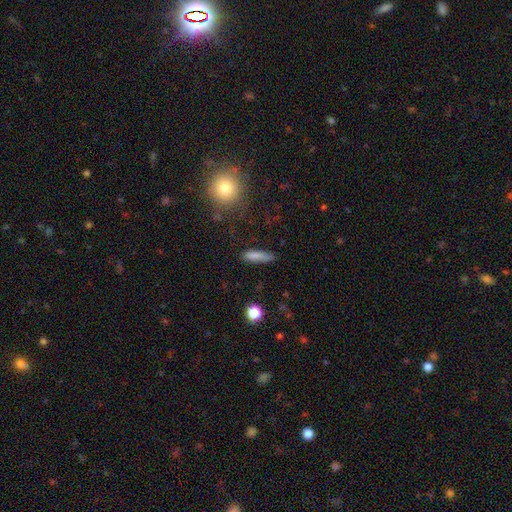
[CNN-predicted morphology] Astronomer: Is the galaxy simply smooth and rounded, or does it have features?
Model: smooth — 81%.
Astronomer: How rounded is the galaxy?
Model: cigar-shaped — 72%.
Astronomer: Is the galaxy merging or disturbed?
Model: none — 77%.